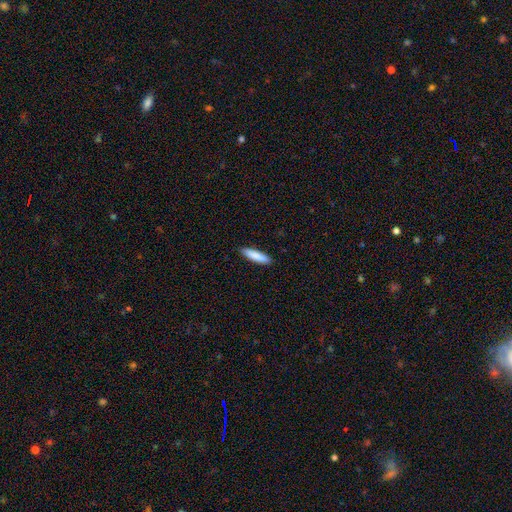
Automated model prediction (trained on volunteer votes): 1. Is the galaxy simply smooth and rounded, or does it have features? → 87% smooth, 8% featured or disk, 5% star or artifact.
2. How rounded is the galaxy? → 74% cigar-shaped, 25% in between, 1% round.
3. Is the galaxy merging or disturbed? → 90% none, 8% minor disturbance, 2% major disturbance, 1% merger.